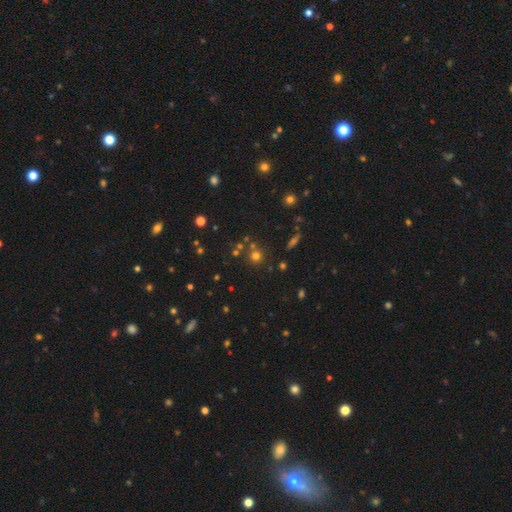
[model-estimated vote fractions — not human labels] A smooth galaxy with no disk features (62%) that is round (92%).

Vote fractions:
- Smooth or featured? smooth: 62% / star or artifact: 28% / featured or disk: 10%
- How rounded? round: 92% / in between: 7% / cigar-shaped: 1%
- Merging? none: 74% / merger: 14% / minor disturbance: 9% / major disturbance: 3%